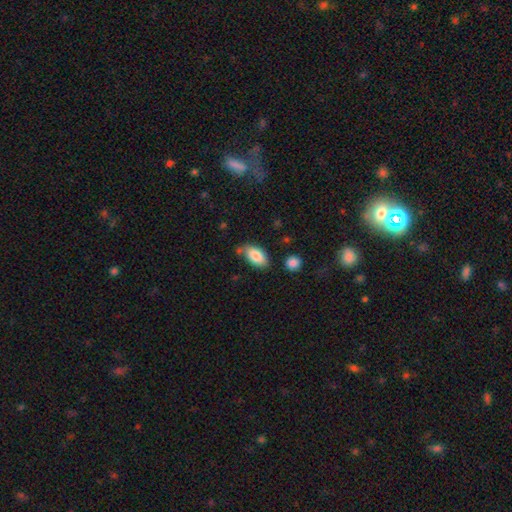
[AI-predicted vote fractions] The model was most divided on "merging": none: 69%, minor disturbance: 19%, merger: 8%, major disturbance: 4%. More confident: how rounded — in between (93%); smooth or featured — smooth (85%).